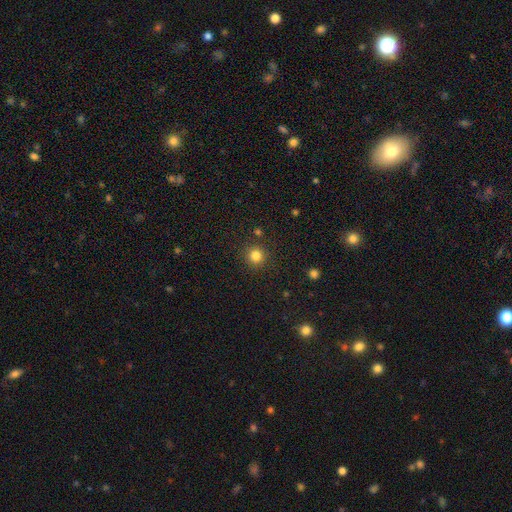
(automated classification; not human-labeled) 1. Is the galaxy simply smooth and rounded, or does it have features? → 82% smooth, 13% star or artifact, 5% featured or disk.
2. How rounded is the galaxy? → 94% round, 5% in between, 1% cigar-shaped.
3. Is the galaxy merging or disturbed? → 89% none, 6% minor disturbance, 2% major disturbance, 2% merger.